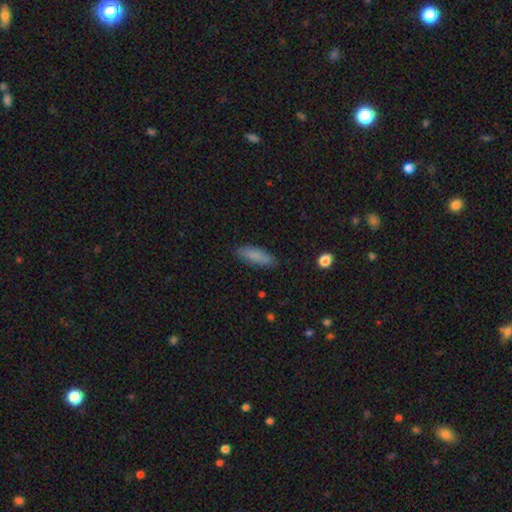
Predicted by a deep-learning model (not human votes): Q: Smooth or featured?
A: smooth (84%); runner-up: featured or disk (9%)
Q: How rounded?
A: in between (50%); runner-up: cigar-shaped (49%)
Q: Merging?
A: none (86%); runner-up: minor disturbance (11%)